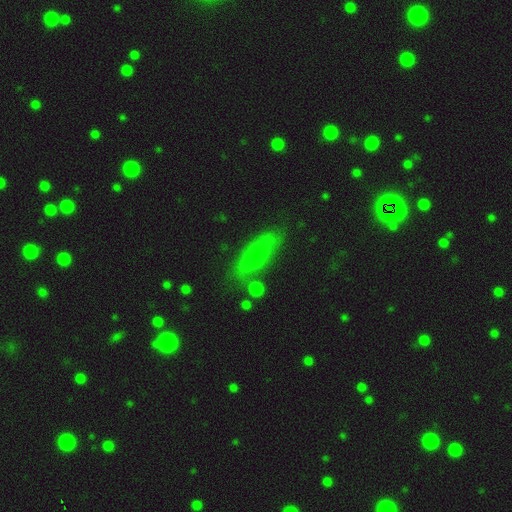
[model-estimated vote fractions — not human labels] Smooth or featured? smooth (65%)
How rounded? in between (60%)
Merging? none (72%)